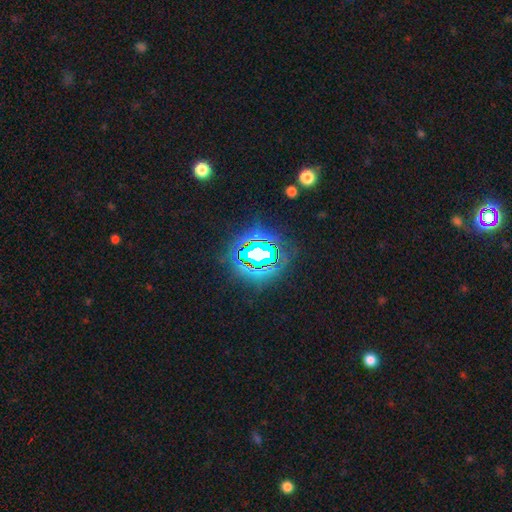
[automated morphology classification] smooth-or-featured: star or artifact: 74% | smooth: 13% | featured or disk: 13%